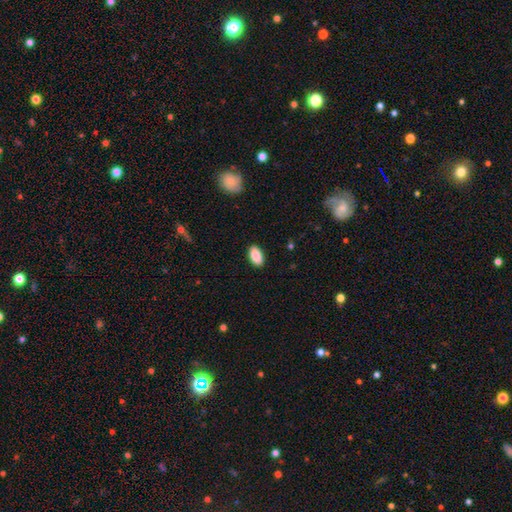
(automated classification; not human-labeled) A smooth galaxy with no disk features (88%) that is in between round and cigar-shaped (94%).

Vote fractions:
- Smooth or featured? smooth: 88% / star or artifact: 7% / featured or disk: 6%
- How rounded? in between: 94% / round: 3% / cigar-shaped: 3%
- Merging? none: 89% / minor disturbance: 8% / major disturbance: 2% / merger: 1%